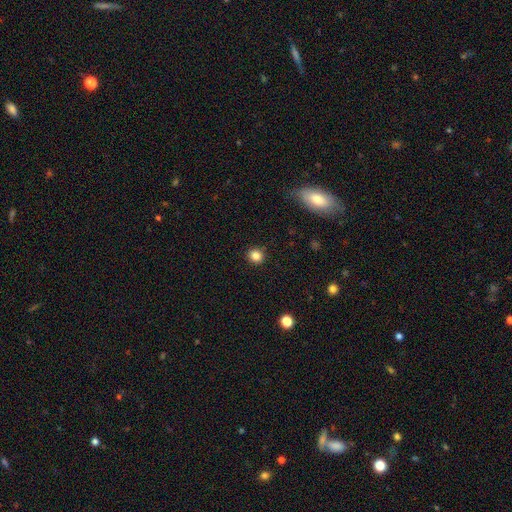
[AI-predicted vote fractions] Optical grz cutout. It shows a smooth galaxy with no disk features (84%) that is round (89%). Merging: none (91%).